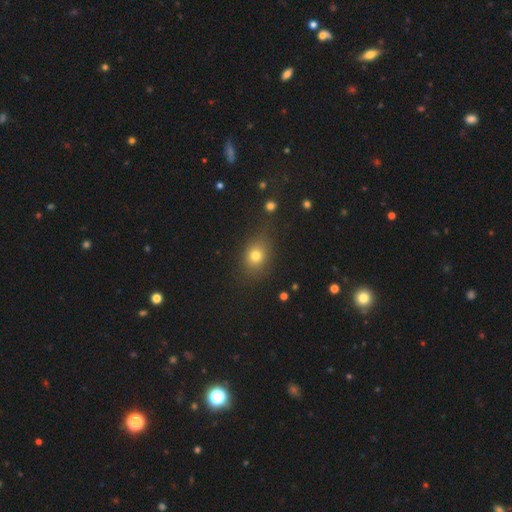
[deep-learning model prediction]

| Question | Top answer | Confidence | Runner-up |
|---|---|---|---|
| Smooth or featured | smooth | 76% | star or artifact (15%) |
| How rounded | round | 50% | in between (48%) |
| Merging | none | 76% | minor disturbance (15%) |